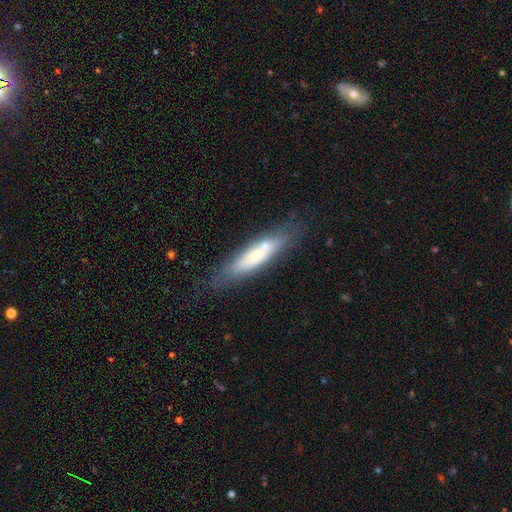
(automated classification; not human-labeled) smooth 57%, featured or disk 36%, star or artifact 7%. Down the decision tree: how rounded — cigar-shaped (71%); merging — none (69%).